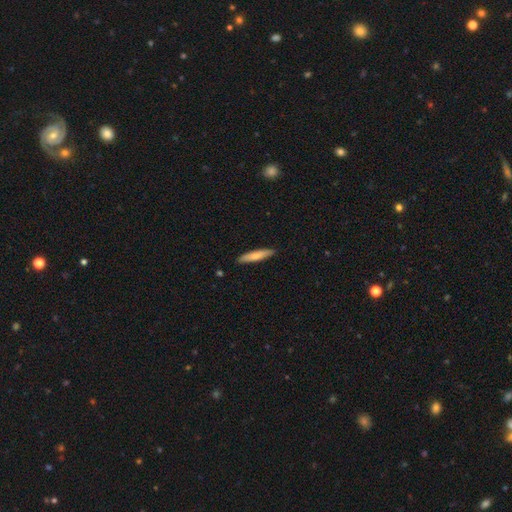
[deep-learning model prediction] smooth_or_featured: smooth (p=0.73) [alt: featured or disk p=0.22]
how_rounded: cigar-shaped (p=0.87) [alt: in between p=0.12]
merging: none (p=0.89) [alt: minor disturbance p=0.08]